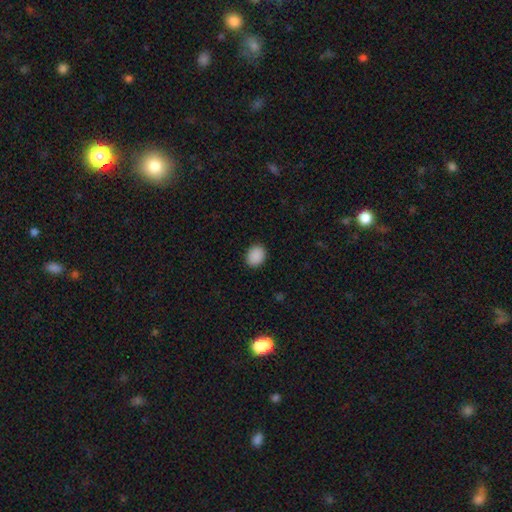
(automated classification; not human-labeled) smooth_or_featured: smooth (p=0.90) [alt: star or artifact p=0.08]
how_rounded: in between (p=0.50) [alt: round p=0.49]
merging: none (p=0.89) [alt: minor disturbance p=0.08]